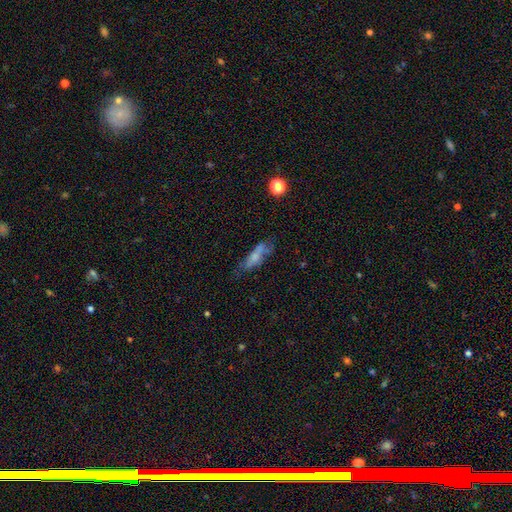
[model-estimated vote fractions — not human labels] This is possibly a smooth galaxy (57%). How rounded: possibly cigar-shaped (58%). Merging: possibly none (48%).